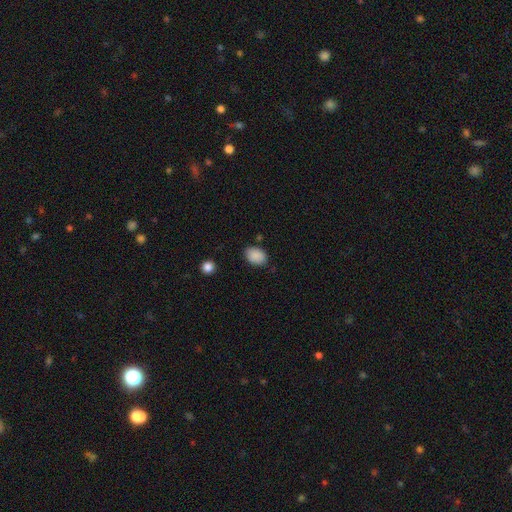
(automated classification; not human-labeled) This is clearly a smooth galaxy (89%). How rounded: clearly in between (80%). Merging: clearly none (82%).